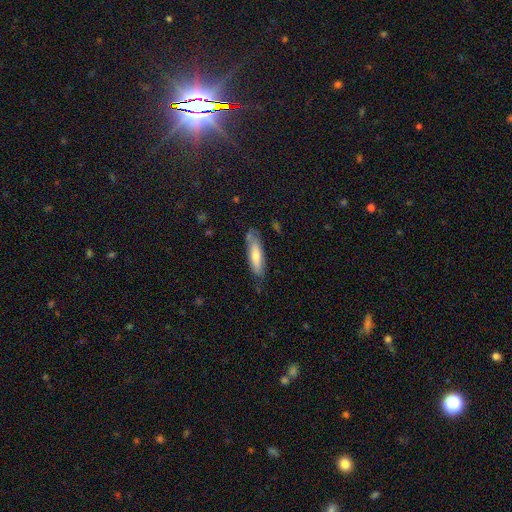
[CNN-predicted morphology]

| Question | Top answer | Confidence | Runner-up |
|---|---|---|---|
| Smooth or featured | smooth | 65% | featured or disk (29%) |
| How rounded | cigar-shaped | 65% | in between (34%) |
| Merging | none | 70% | minor disturbance (22%) |